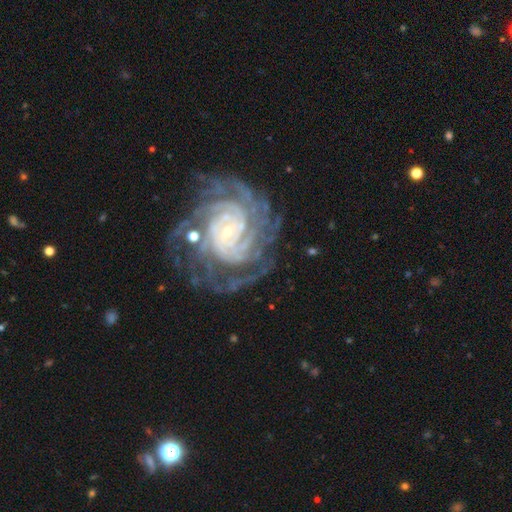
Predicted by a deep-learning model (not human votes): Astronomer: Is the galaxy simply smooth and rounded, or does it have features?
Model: featured or disk — 88%.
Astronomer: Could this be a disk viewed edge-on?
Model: no — 97%.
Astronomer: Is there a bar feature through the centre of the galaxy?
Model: no — 57%.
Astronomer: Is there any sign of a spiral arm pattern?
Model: yes — 98%.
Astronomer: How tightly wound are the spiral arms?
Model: tight — 77%.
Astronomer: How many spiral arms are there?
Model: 4 — 23% (runner-up: can't tell, 22%).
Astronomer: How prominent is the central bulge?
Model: small — 81%.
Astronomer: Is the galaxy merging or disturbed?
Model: none — 73%.